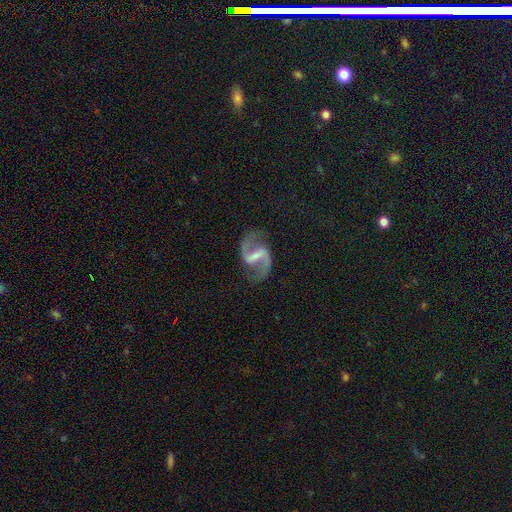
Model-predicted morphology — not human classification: Overall: featured or disk (92%). Edge-on disk: no (98%). Bar: strong (56%; weak 35%). Spiral arms: yes (97%). Spiral arm count: 2 (94%). Spiral winding: medium (50%; loose 40%). Bulge size: small (55%; moderate 22%). Merging: none (82%).